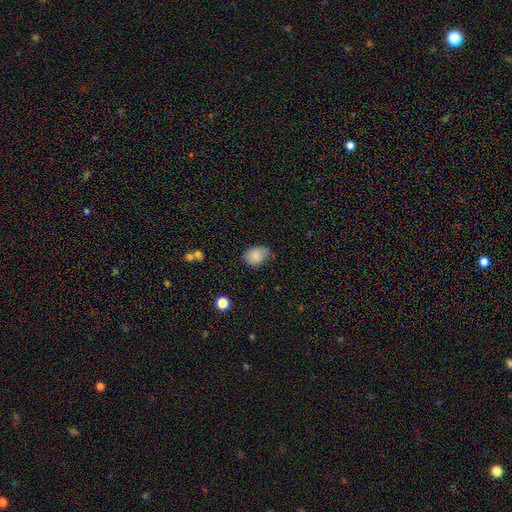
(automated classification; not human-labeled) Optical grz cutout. It shows a smooth galaxy with no disk features (84%) that is in between round and cigar-shaped (67%). Merging: none (61%).